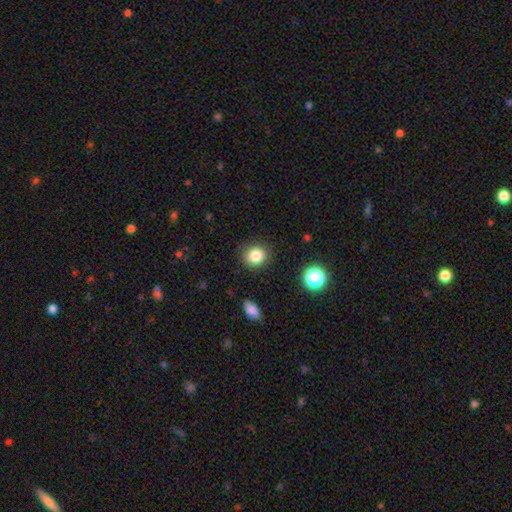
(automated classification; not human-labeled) Smooth or featured? Predicted: smooth (p=0.83). How rounded? Predicted: round (p=0.80). Merging? Predicted: none (p=0.86).